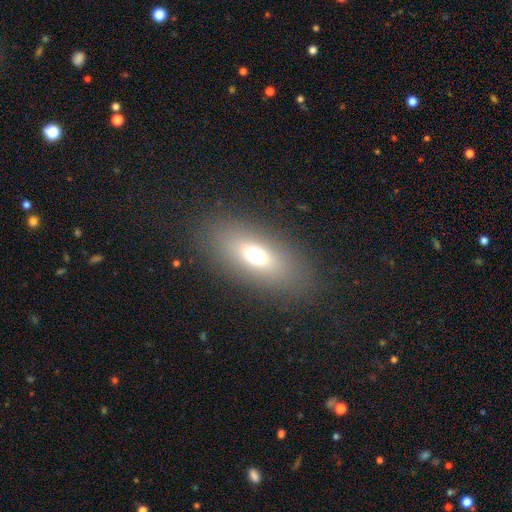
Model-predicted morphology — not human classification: Smooth or featured? smooth (64%)
How rounded? in between (77%)
Merging? none (82%)